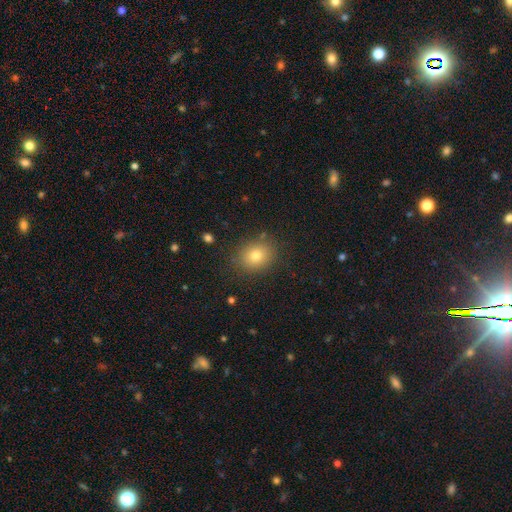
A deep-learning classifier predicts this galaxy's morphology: Smooth or featured? smooth (77%)
How rounded? round (58%)
Merging? none (86%)